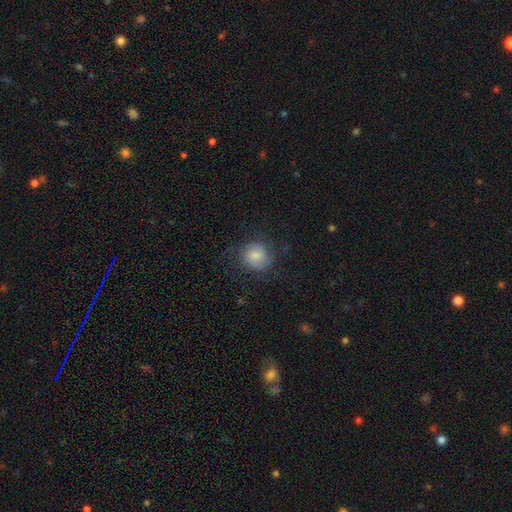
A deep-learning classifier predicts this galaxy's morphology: A smooth galaxy with no disk features (60%) that is round (83%). Merging: none (69%).